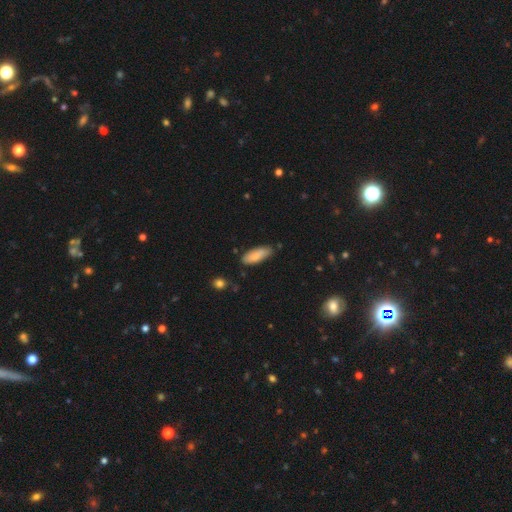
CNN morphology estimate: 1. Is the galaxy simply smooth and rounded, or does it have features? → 83% smooth, 11% featured or disk, 6% star or artifact.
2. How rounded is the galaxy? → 65% in between, 33% cigar-shaped, 2% round.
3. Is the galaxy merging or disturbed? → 75% none, 20% minor disturbance, 3% major disturbance, 2% merger.